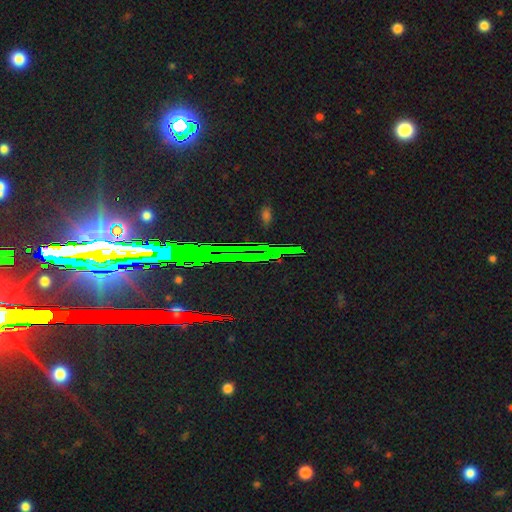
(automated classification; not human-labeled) A star or artifact, not a galaxy (78%).